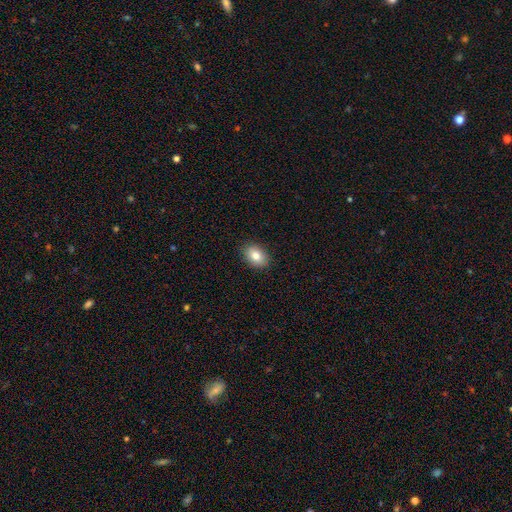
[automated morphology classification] Smooth or featured? Predicted: smooth (p=0.81). How rounded? Predicted: in between (p=0.78). Merging? Predicted: none (p=0.89).